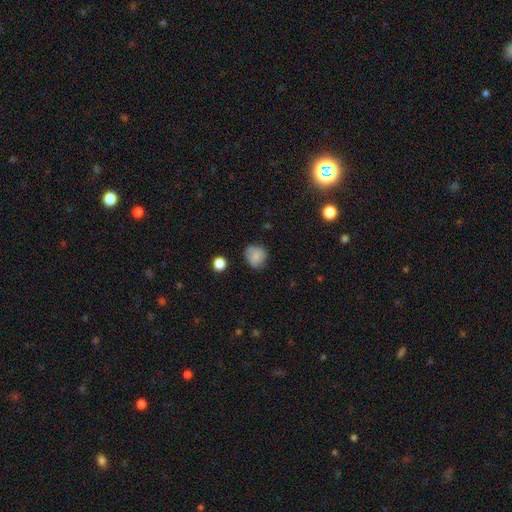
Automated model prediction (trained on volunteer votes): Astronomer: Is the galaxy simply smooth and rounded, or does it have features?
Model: smooth — 79%.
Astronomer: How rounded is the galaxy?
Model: round — 80%.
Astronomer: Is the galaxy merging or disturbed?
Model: none — 69%.